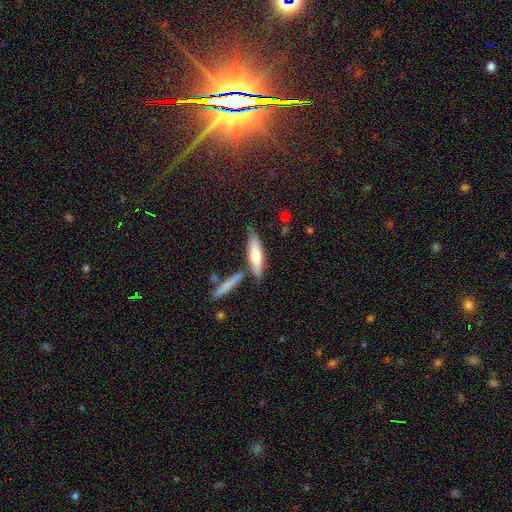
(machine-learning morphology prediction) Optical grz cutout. It shows a smooth galaxy with no disk features (65%) that is cigar-shaped (71%). Merging: none (71%).